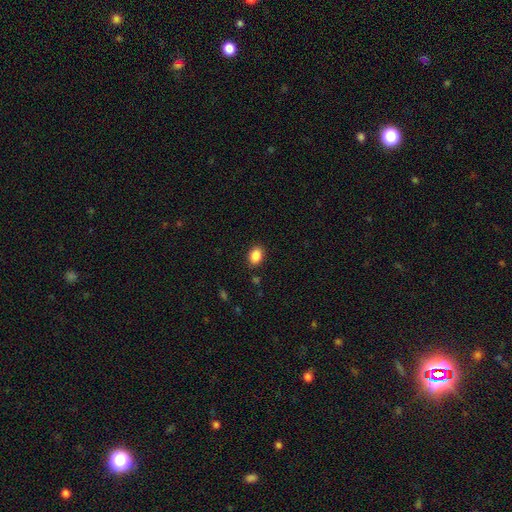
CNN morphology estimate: Smooth or featured: smooth — 88% (star or artifact — 8%)
How rounded: in between — 78% (round — 21%)
Merging: none — 87% (minor disturbance — 9%)